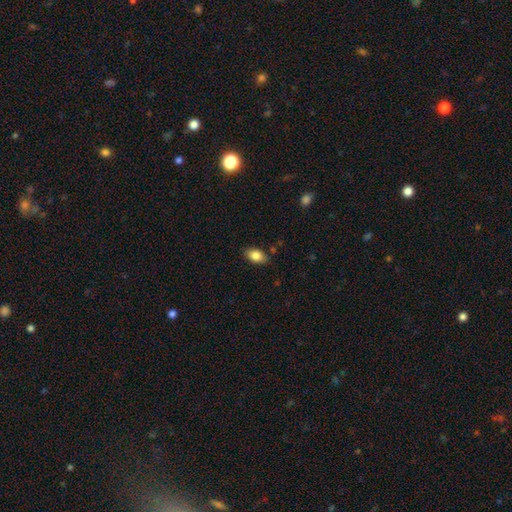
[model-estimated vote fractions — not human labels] A smooth galaxy with no disk features (84%) that is in between round and cigar-shaped (89%).

Vote fractions:
- Smooth or featured? smooth: 84% / featured or disk: 9% / star or artifact: 8%
- How rounded? in between: 89% / round: 8% / cigar-shaped: 2%
- Merging? none: 84% / minor disturbance: 12% / major disturbance: 2% / merger: 2%